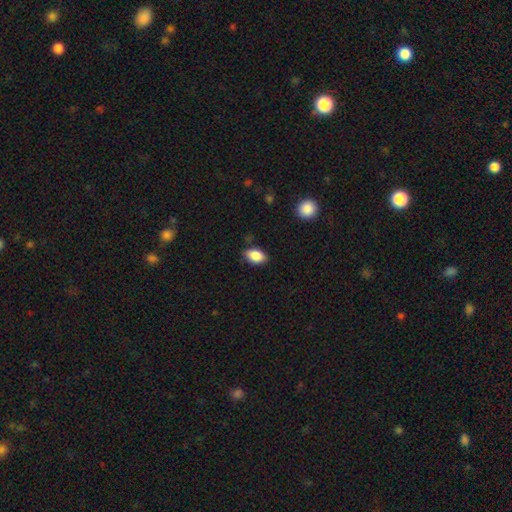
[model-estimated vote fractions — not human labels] Q: Smooth or featured?
A: smooth (87%); runner-up: star or artifact (8%)
Q: How rounded?
A: in between (89%); runner-up: round (9%)
Q: Merging?
A: none (81%); runner-up: minor disturbance (14%)